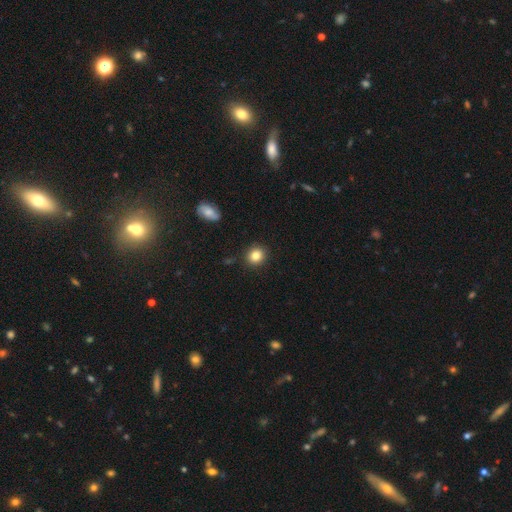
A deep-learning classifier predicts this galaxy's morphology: smooth 84%, star or artifact 10%, featured or disk 6%. Down the decision tree: how rounded — round (82%); merging — none (89%).